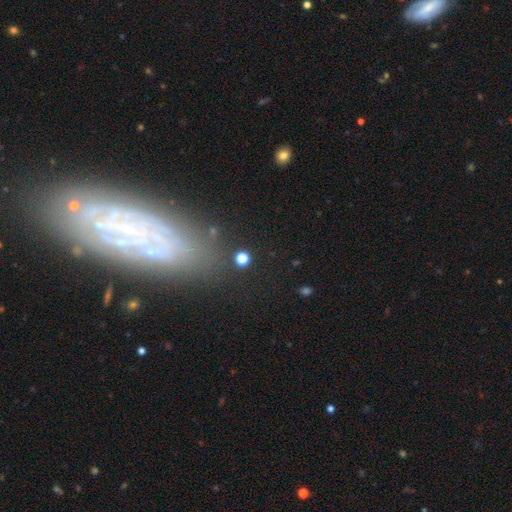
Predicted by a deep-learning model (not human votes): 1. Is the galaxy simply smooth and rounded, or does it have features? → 65% featured or disk, 20% smooth, 15% star or artifact.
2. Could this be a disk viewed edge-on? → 81% no, 19% yes.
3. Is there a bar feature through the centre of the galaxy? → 73% no, 19% weak, 9% strong.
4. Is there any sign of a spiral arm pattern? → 70% yes, 30% no.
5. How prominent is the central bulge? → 67% small, 21% none, 8% moderate, 2% large, 2% dominant.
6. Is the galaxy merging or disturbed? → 79% none, 13% minor disturbance, 5% major disturbance, 3% merger.